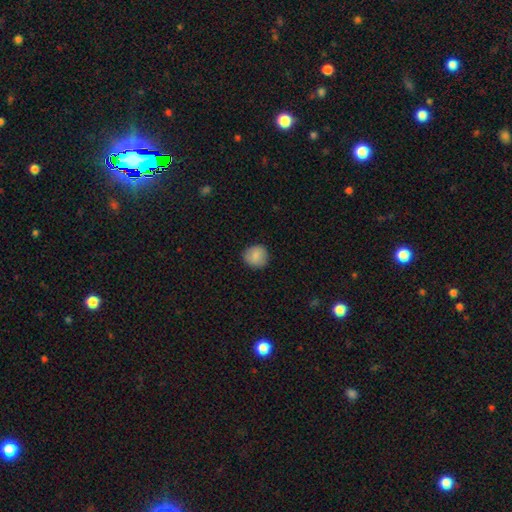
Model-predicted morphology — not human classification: type=smooth (87%); roundness=round (91%); merging=none (88%).